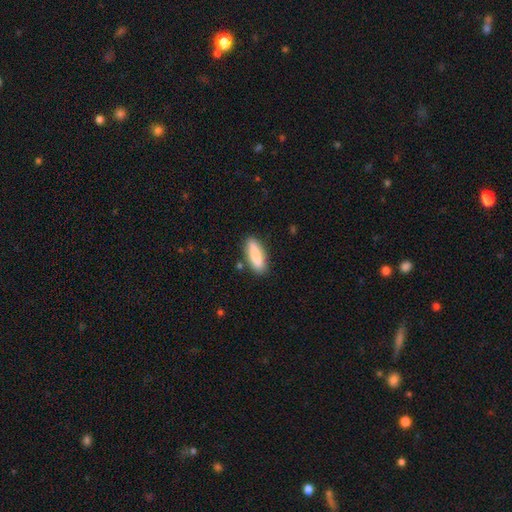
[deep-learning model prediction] smooth-or-featured: smooth: 84% | featured or disk: 10% | star or artifact: 6%
  how-rounded: cigar-shaped: 53% | in between: 45% | round: 2%
  merging: none: 83% | minor disturbance: 11% | merger: 3% | major disturbance: 3%